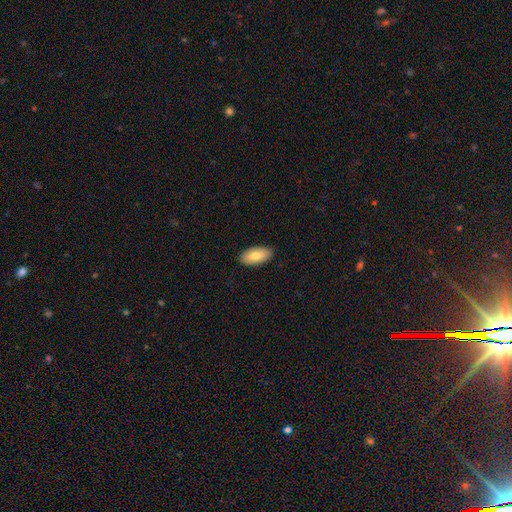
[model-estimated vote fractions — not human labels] A smooth galaxy with no disk features (76%) that is in between round and cigar-shaped (93%). Merging: none (89%).